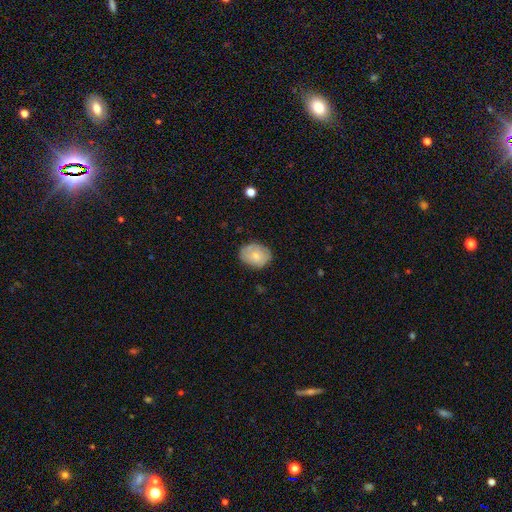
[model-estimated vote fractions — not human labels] A smooth galaxy with no disk features (64%) that is in between round and cigar-shaped (62%). Merging: none (78%).